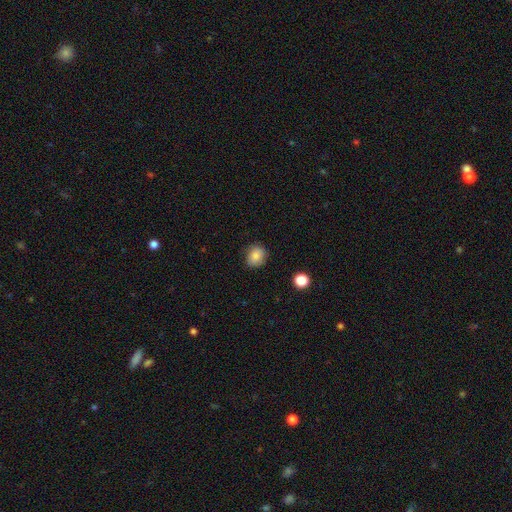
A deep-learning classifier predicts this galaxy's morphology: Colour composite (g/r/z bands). It shows a smooth galaxy with no disk features (84%) that is round (69%). Merging: none (80%).